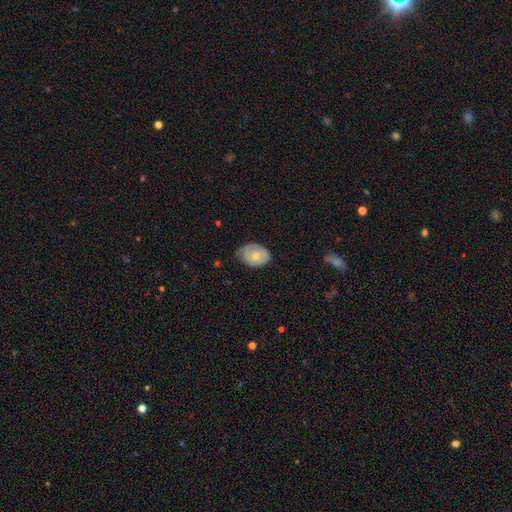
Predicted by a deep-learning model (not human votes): Smooth or featured? Predicted: smooth (p=0.65). How rounded? Predicted: in between (p=0.71). Merging? Predicted: none (p=0.56).